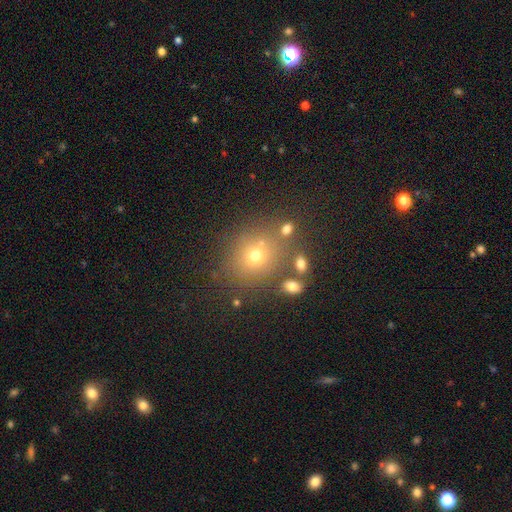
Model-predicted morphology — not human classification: A smooth galaxy with no disk features (63%) that is round (73%).

Vote fractions:
- Smooth or featured? smooth: 63% / star or artifact: 23% / featured or disk: 14%
- How rounded? round: 73% / in between: 26% / cigar-shaped: 1%
- Merging? none: 72% / merger: 12% / minor disturbance: 11% / major disturbance: 5%